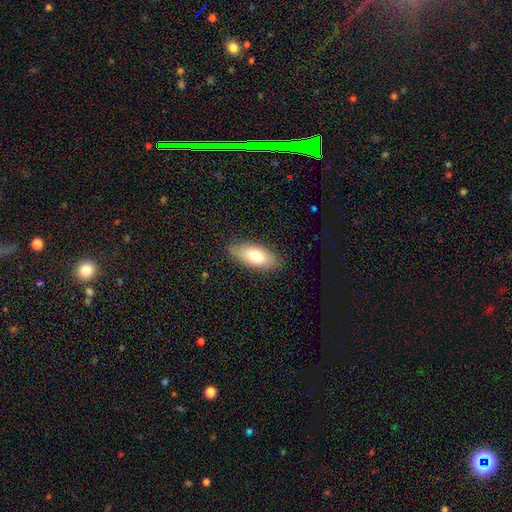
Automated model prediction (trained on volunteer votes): A smooth galaxy with no disk features (72%) that is in between round and cigar-shaped (80%). Merging: none (86%).